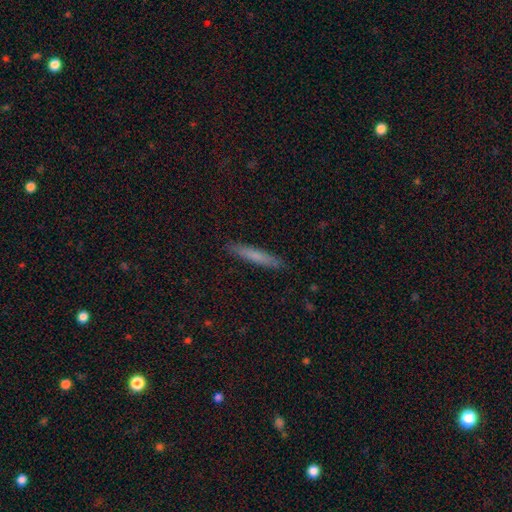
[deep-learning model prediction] This appears to be a smooth galaxy with no disk features (70%) that is cigar-shaped (94%). Merging: none (90%).